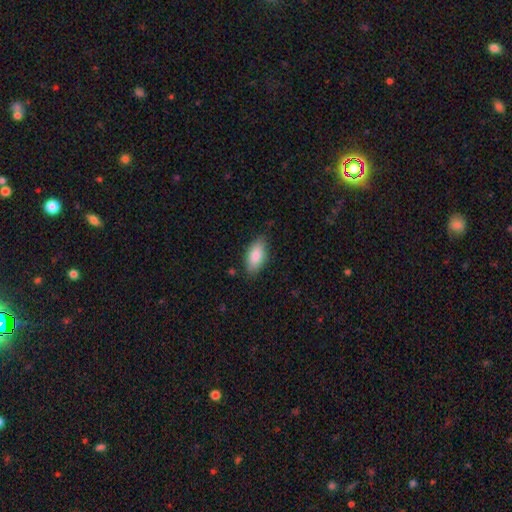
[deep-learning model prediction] A smooth galaxy with no disk features (85%) that is in between round and cigar-shaped (89%). Merging: none (79%).